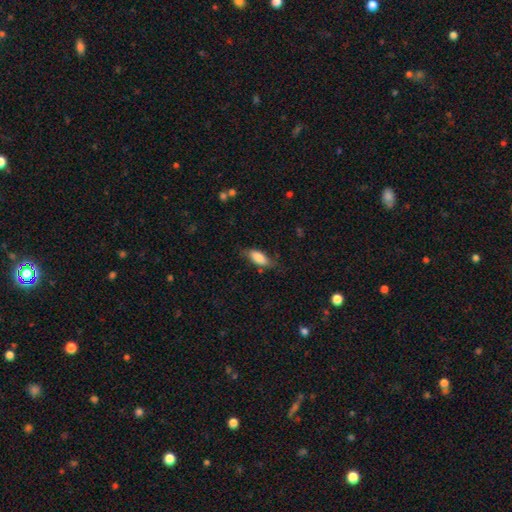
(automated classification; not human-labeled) This appears to be a smooth galaxy with no disk features (79%) that is in between round and cigar-shaped (82%). Merging: none (65%).